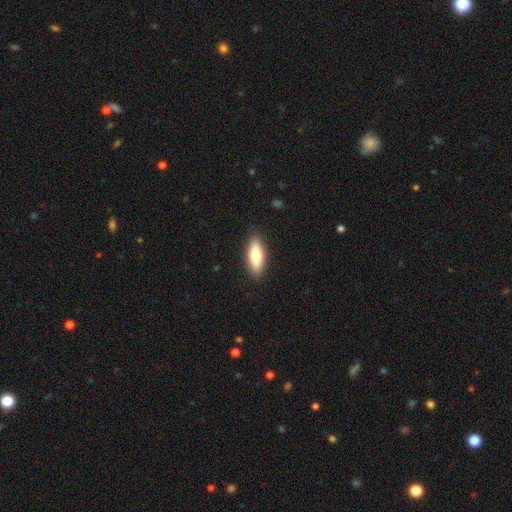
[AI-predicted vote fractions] Smooth or featured: smooth — 72% (featured or disk — 23%)
How rounded: in between — 59% (cigar-shaped — 39%)
Merging: none — 88% (minor disturbance — 9%)